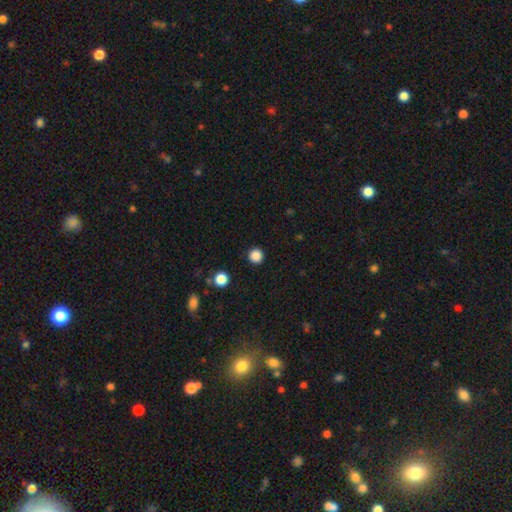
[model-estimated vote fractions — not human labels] smooth 86%, star or artifact 12%, featured or disk 2%. Down the decision tree: how rounded — round (96%); merging — none (93%).